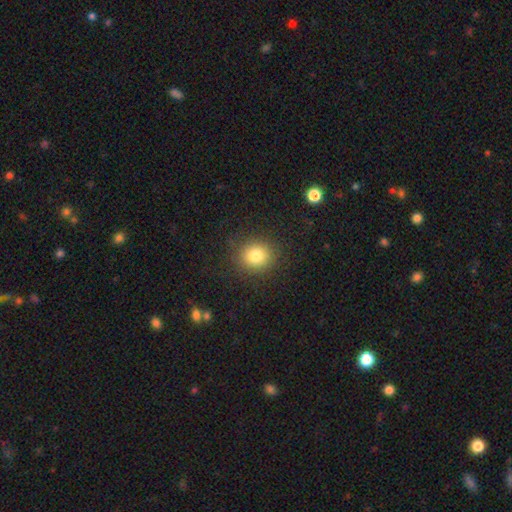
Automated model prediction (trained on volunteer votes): The model was most divided on "how rounded": round: 84%, in between: 15%, cigar-shaped: 1%. More confident: merging — none (88%); smooth or featured — smooth (81%).